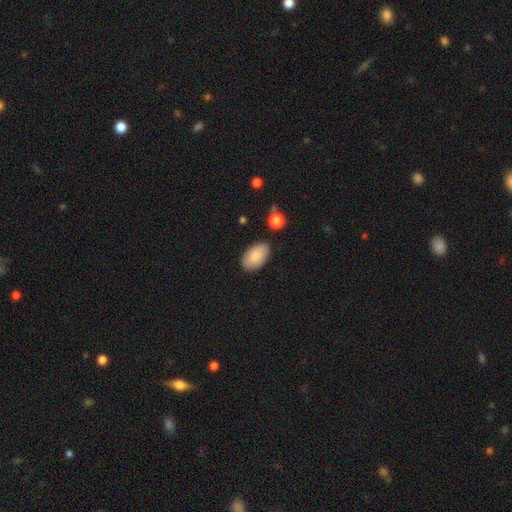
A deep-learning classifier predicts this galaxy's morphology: Smooth or featured? Predicted: smooth (p=0.85). How rounded? Predicted: in between (p=0.94). Merging? Predicted: none (p=0.85).